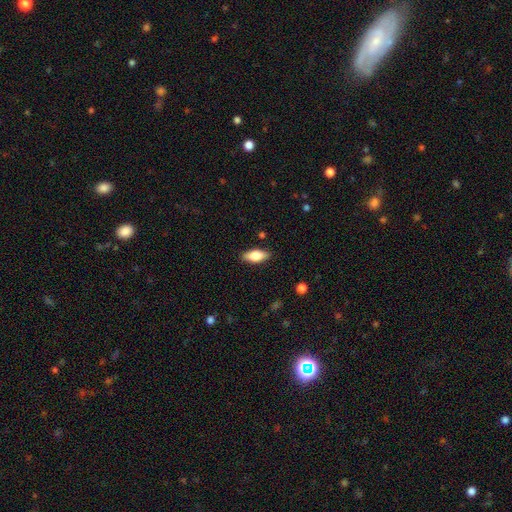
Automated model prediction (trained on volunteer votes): The model was most divided on "smooth or featured": smooth: 72%, featured or disk: 22%, star or artifact: 7%. More confident: merging — none (87%); how rounded — in between (82%).